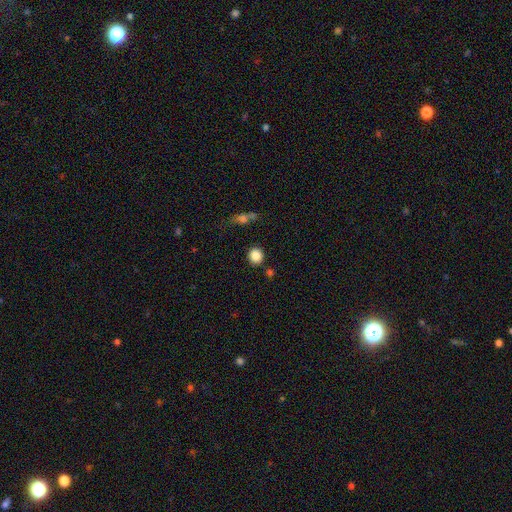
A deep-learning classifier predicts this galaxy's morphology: This is clearly a smooth galaxy (86%). How rounded: clearly round (84%). Merging: clearly none (84%).